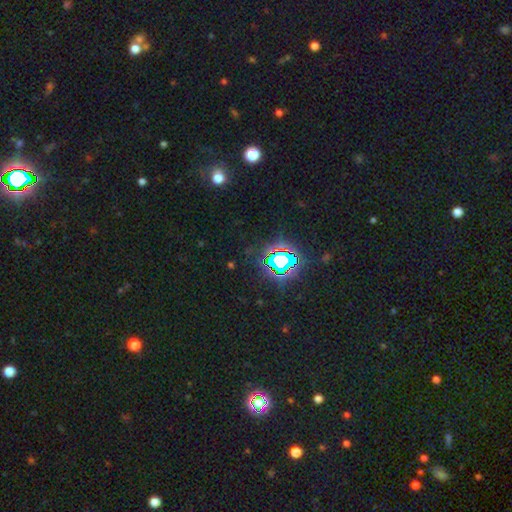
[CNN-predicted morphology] Smooth or featured? Predicted: star or artifact (p=0.82).